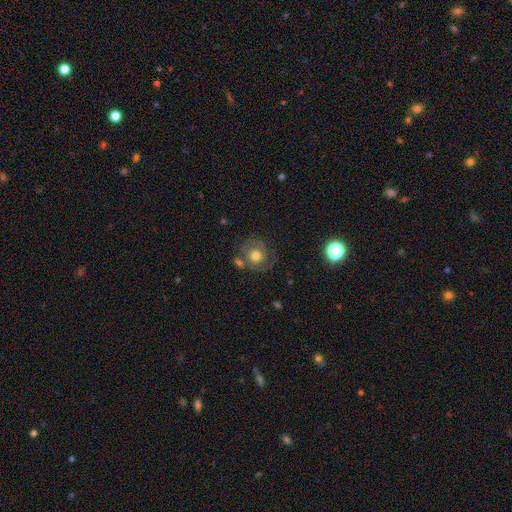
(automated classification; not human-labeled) Overall: featured or disk (55%; smooth 36%). Edge-on disk: no (97%). Bar: no (84%). Spiral arms: yes (75%). Bulge size: moderate (69%). Merging: none (65%).